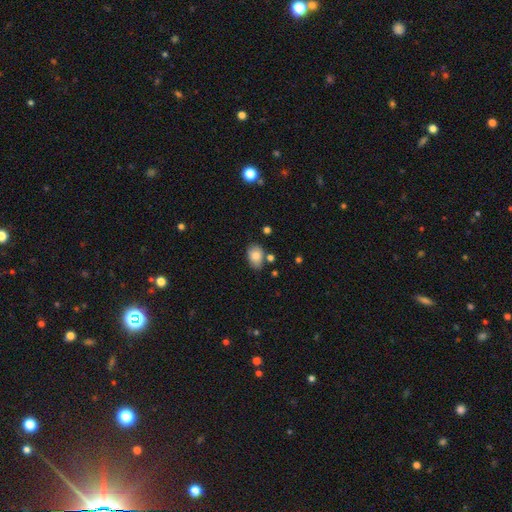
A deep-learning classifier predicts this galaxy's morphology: This is clearly a smooth galaxy (81%). How rounded: clearly in between (82%). Merging: likely none (72%).